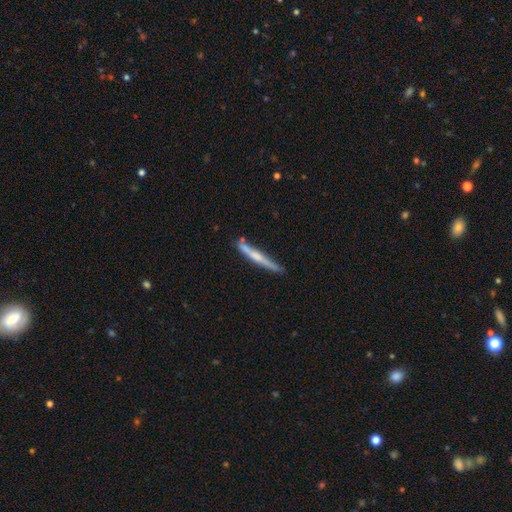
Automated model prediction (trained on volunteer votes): Morphology: type=featured or disk (52%); edge-on=yes (96%); merging=none (76%).